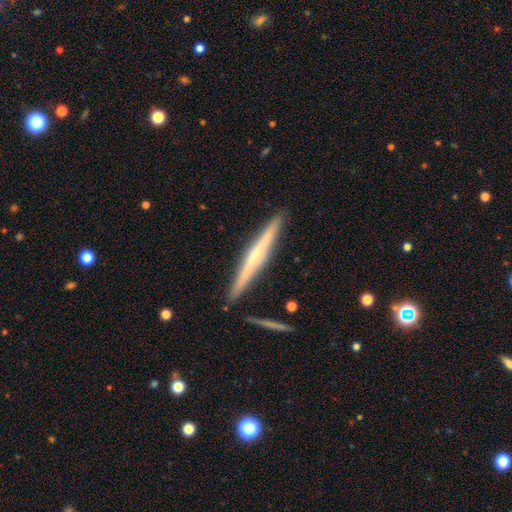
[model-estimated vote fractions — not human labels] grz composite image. It shows a featured or disk galaxy (61%) viewed edge-on (98%) with no central bulge (55%). Merging: none (90%).